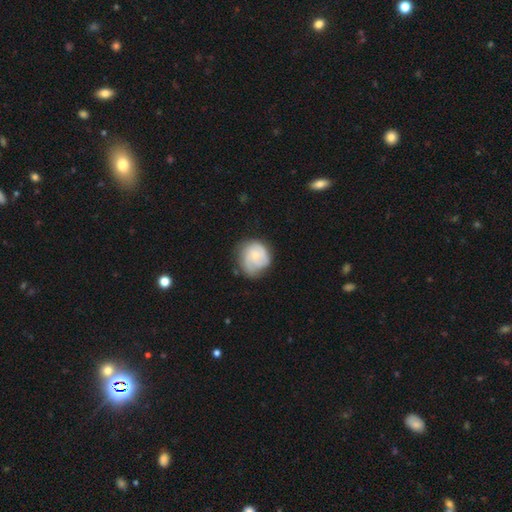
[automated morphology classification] This is possibly a featured or disk galaxy (51%). It is clearly not viewed edge-on (98%). Merging: possibly none (56%).